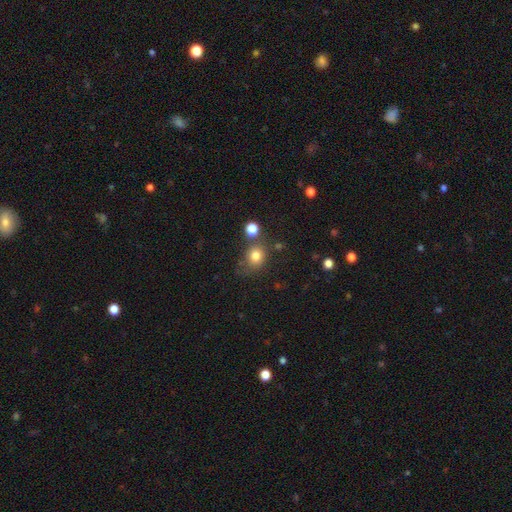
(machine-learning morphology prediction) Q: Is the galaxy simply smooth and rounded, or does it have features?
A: smooth — 80%.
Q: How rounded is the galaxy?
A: round — 71%.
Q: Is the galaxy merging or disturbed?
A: none — 65%.